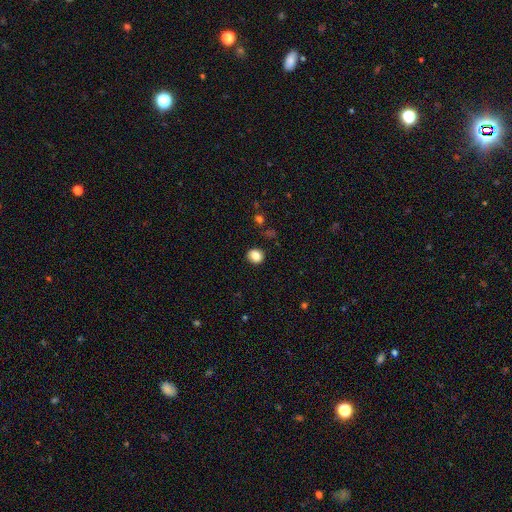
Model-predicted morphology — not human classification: smooth 84%, star or artifact 10%, featured or disk 6%. Down the decision tree: how rounded — round (76%); merging — none (88%).